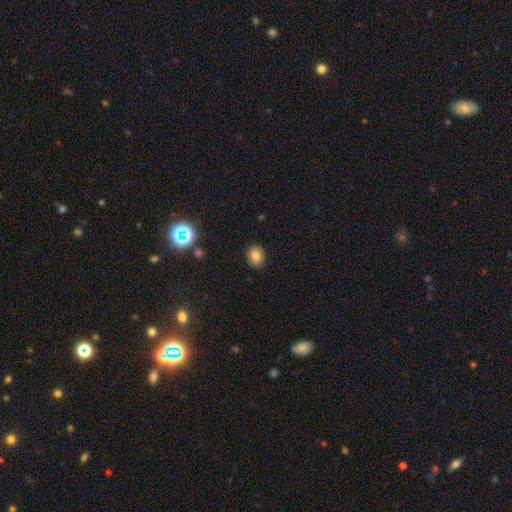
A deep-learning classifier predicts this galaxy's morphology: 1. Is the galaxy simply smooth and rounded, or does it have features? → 80% smooth, 12% star or artifact, 8% featured or disk.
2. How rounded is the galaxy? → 64% round, 35% in between, 1% cigar-shaped.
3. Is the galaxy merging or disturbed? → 89% none, 8% minor disturbance, 2% major disturbance, 1% merger.